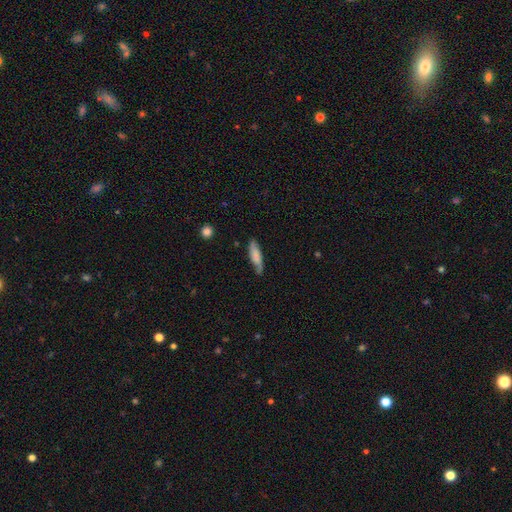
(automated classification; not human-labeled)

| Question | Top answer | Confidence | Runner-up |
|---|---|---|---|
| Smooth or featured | smooth | 69% | featured or disk (24%) |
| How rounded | cigar-shaped | 65% | in between (33%) |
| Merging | none | 71% | minor disturbance (23%) |